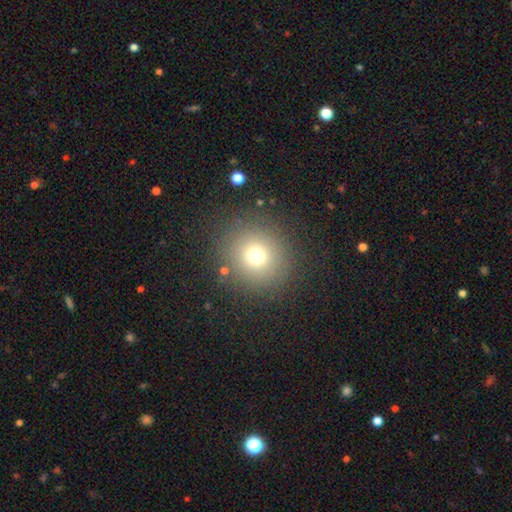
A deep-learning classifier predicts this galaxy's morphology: This is likely a smooth galaxy (72%). How rounded: clearly round (91%). Merging: clearly none (86%).